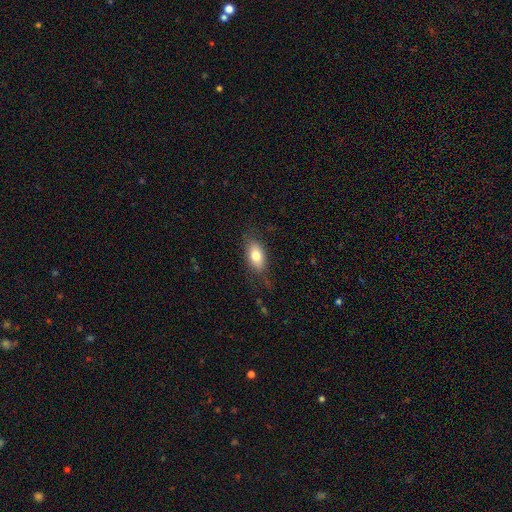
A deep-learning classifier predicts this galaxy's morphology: Q: Smooth or featured?
A: smooth (76%); runner-up: featured or disk (17%)
Q: How rounded?
A: in between (87%); runner-up: cigar-shaped (8%)
Q: Merging?
A: none (76%); runner-up: minor disturbance (17%)